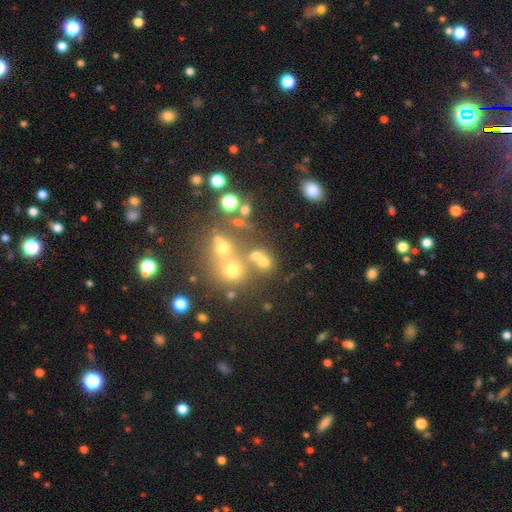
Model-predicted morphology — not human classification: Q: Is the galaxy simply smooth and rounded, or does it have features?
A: smooth — 62%.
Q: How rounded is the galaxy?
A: round — 74%.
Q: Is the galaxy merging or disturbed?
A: none — 52%.